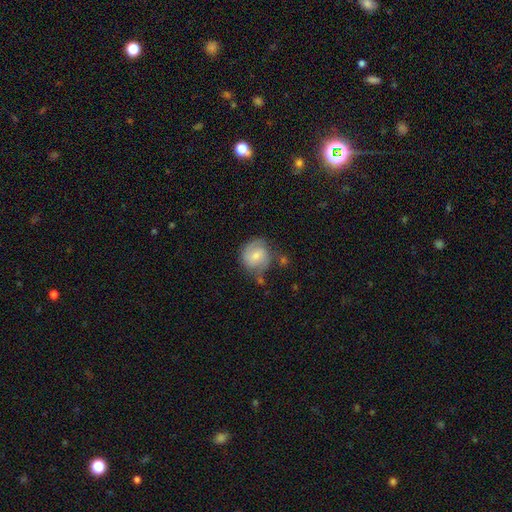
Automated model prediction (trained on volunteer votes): Smooth or featured? Predicted: featured or disk (p=0.48). Merging? Predicted: none (p=0.54).